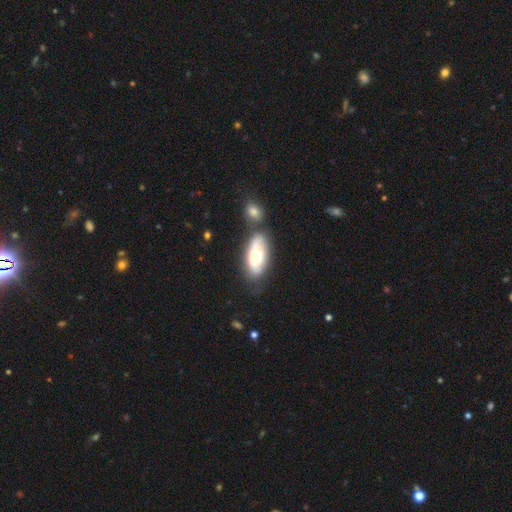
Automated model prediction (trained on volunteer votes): This appears to be a smooth galaxy with no disk features (51%) that is in between round and cigar-shaped (85%). Merging: none (55%).